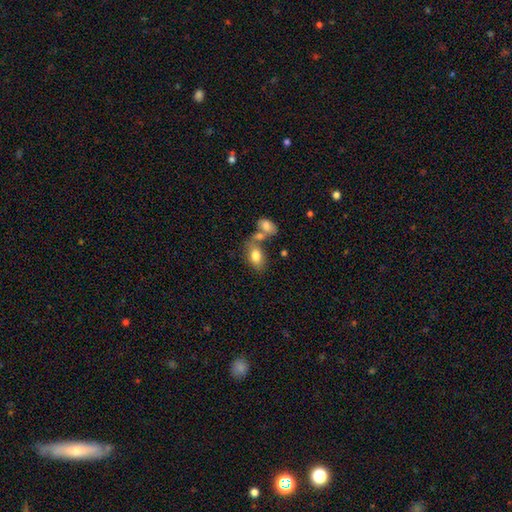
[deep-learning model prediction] This appears to be a smooth galaxy with no disk features (79%) that is in between round and cigar-shaped (88%). Merging: none (44%).